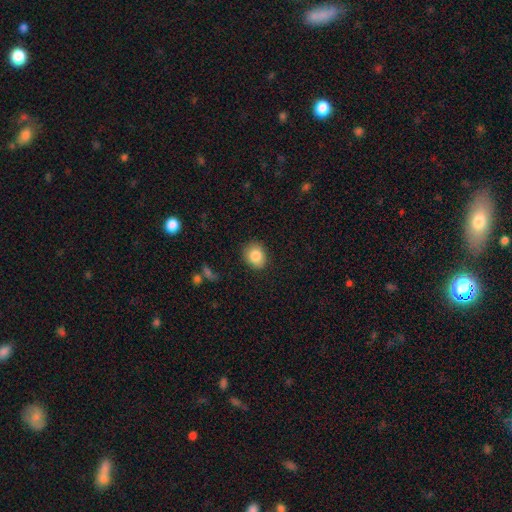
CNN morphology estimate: smooth_or_featured: smooth (p=0.85) [alt: star or artifact p=0.09]
how_rounded: round (p=0.57) [alt: in between p=0.42]
merging: none (p=0.85) [alt: minor disturbance p=0.11]